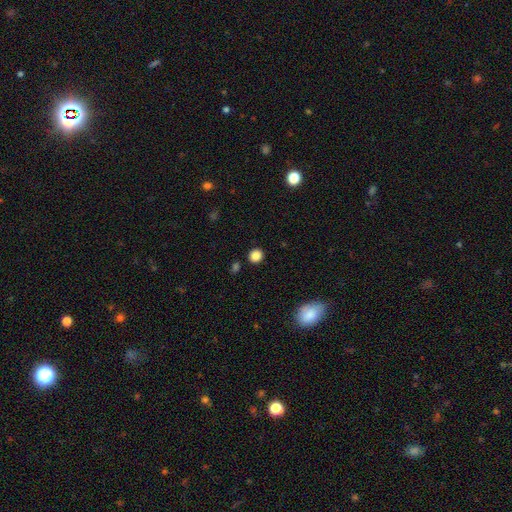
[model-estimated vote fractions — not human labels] smooth_or_featured: smooth (p=0.85) [alt: star or artifact p=0.11]
how_rounded: round (p=0.90) [alt: in between p=0.09]
merging: none (p=0.90) [alt: minor disturbance p=0.06]